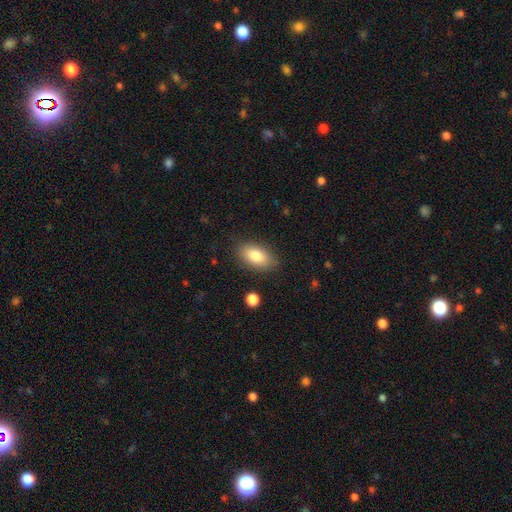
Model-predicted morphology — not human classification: smooth 82%, featured or disk 10%, star or artifact 7%. Down the decision tree: how rounded — in between (91%); merging — none (85%).